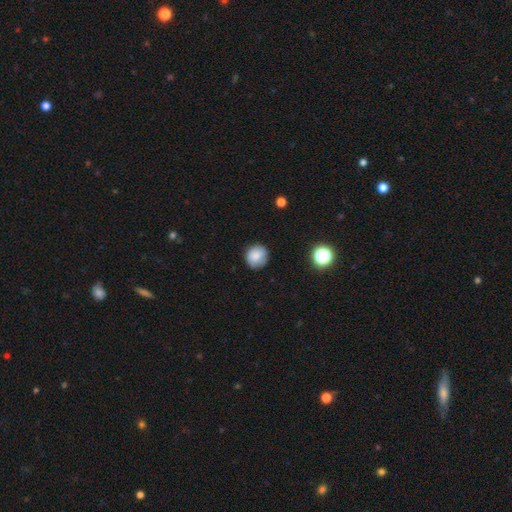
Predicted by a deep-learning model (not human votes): The model was most divided on "merging": none: 82%, minor disturbance: 14%, major disturbance: 3%, merger: 1%. More confident: how rounded — round (87%); smooth or featured — smooth (84%).